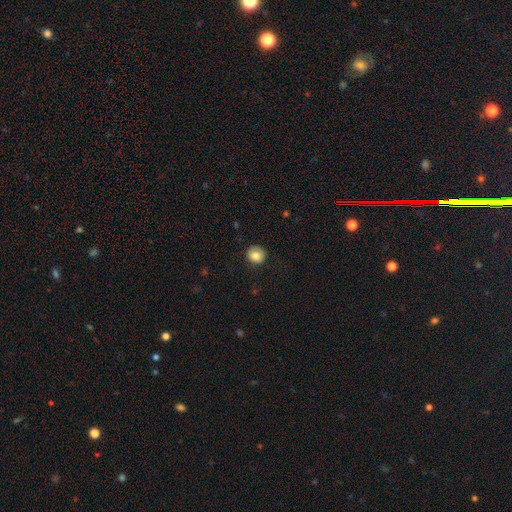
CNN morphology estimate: Overall: smooth (83%). How rounded: round (85%). Merging: none (83%).